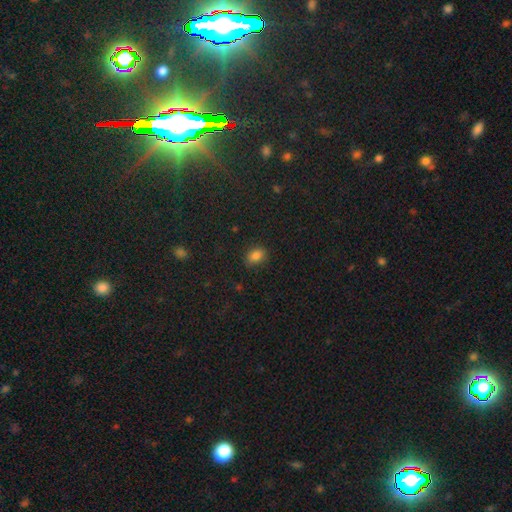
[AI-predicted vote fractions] Q: Smooth or featured?
A: smooth (83%); runner-up: star or artifact (12%)
Q: How rounded?
A: in between (70%); runner-up: round (29%)
Q: Merging?
A: none (83%); runner-up: minor disturbance (13%)